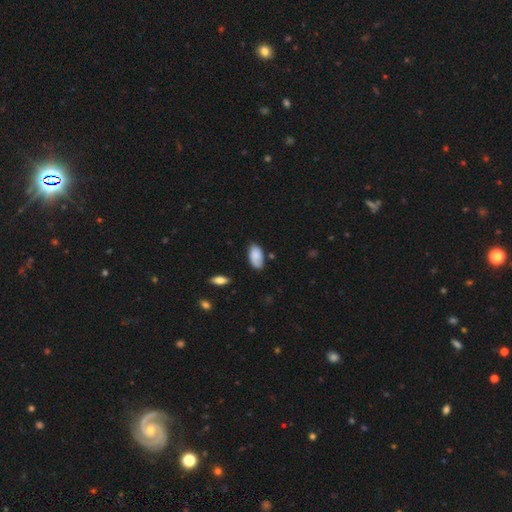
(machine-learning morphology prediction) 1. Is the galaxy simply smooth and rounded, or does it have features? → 83% smooth, 10% featured or disk, 7% star or artifact.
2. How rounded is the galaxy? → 94% in between, 3% cigar-shaped, 3% round.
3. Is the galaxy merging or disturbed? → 71% none, 23% minor disturbance, 4% major disturbance, 3% merger.